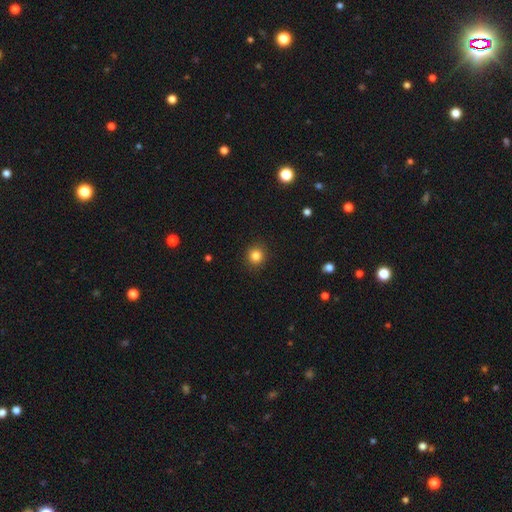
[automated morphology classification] Smooth or featured?
  - smooth: 84% *
  - star or artifact: 12%
  - featured or disk: 5%
How rounded?
  - round: 91% *
  - in between: 8%
  - cigar-shaped: 1%
Merging?
  - none: 91% *
  - minor disturbance: 6%
  - major disturbance: 2%
  - merger: 1%